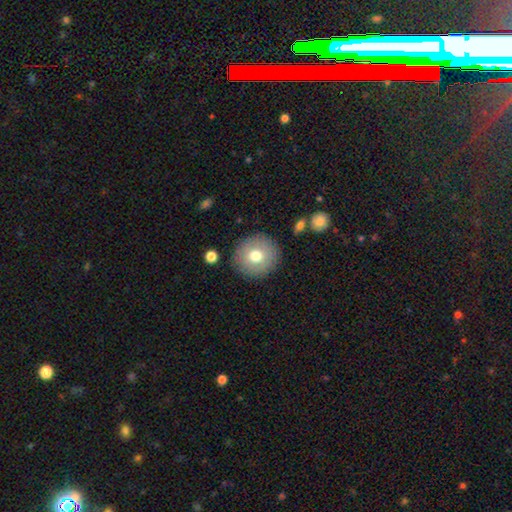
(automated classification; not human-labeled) A smooth galaxy with no disk features (71%) that is round (93%). Merging: none (88%).